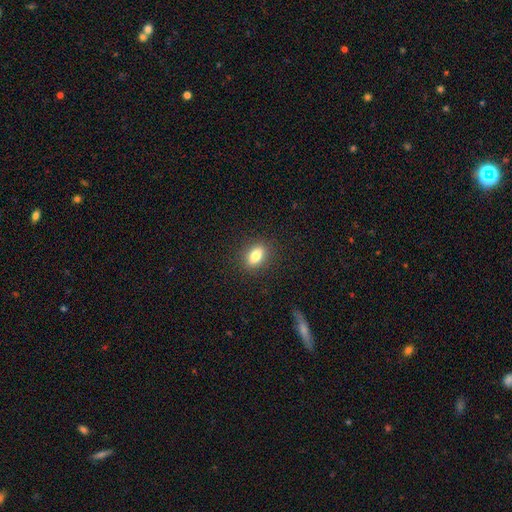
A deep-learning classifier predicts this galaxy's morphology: A smooth galaxy with no disk features (82%) that is in between round and cigar-shaped (81%). Merging: none (88%).